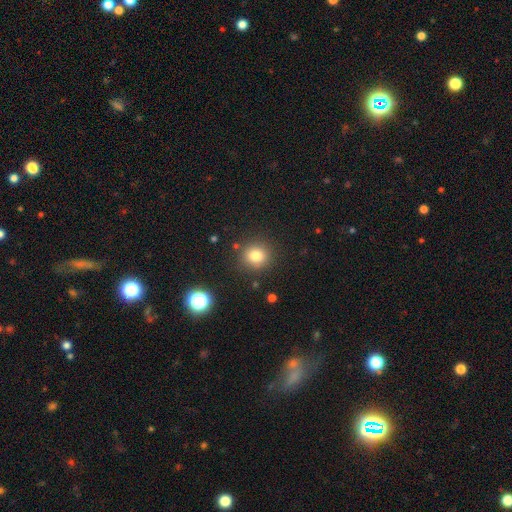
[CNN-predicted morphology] Overall: smooth (79%). How rounded: round (88%). Merging: none (87%).